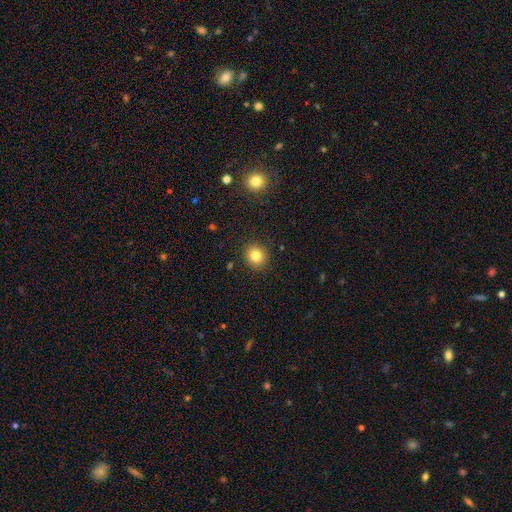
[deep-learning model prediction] smooth_or_featured: smooth (p=0.83) [alt: star or artifact p=0.11]
how_rounded: round (p=0.82) [alt: in between p=0.17]
merging: none (p=0.90) [alt: minor disturbance p=0.07]